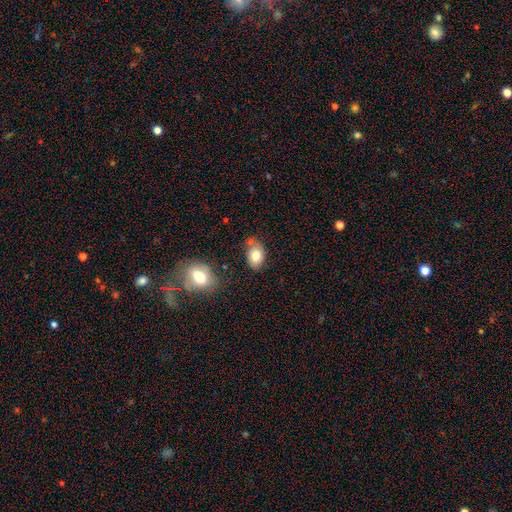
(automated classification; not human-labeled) smooth_or_featured: smooth (p=0.79) [alt: featured or disk p=0.13]
how_rounded: in between (p=0.83) [alt: round p=0.16]
merging: none (p=0.65) [alt: minor disturbance p=0.20]